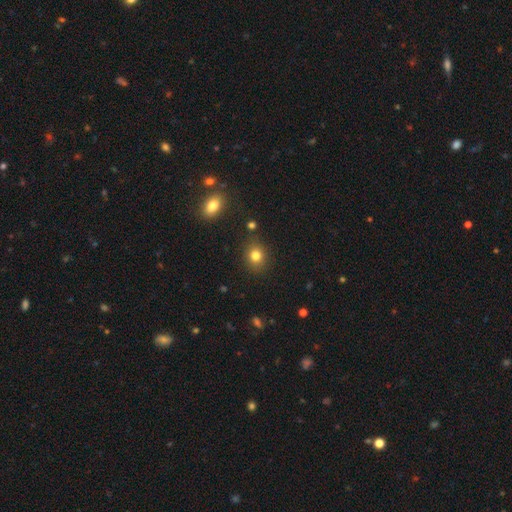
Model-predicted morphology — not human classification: smooth_or_featured: smooth (p=0.81) [alt: star or artifact p=0.13]
how_rounded: round (p=0.69) [alt: in between p=0.30]
merging: none (p=0.85) [alt: minor disturbance p=0.09]